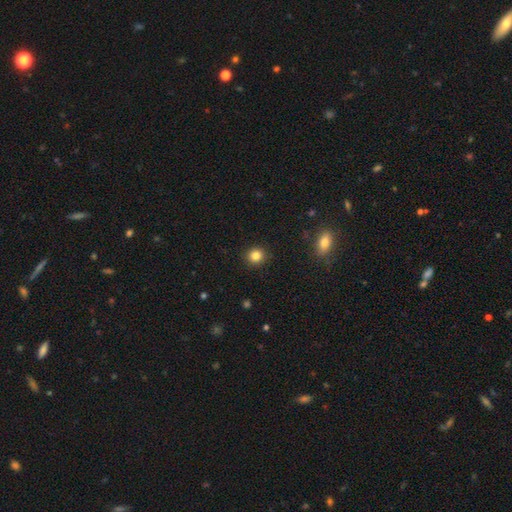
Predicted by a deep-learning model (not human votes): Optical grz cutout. It shows a smooth galaxy with no disk features (83%) that is round (90%). Merging: none (92%).